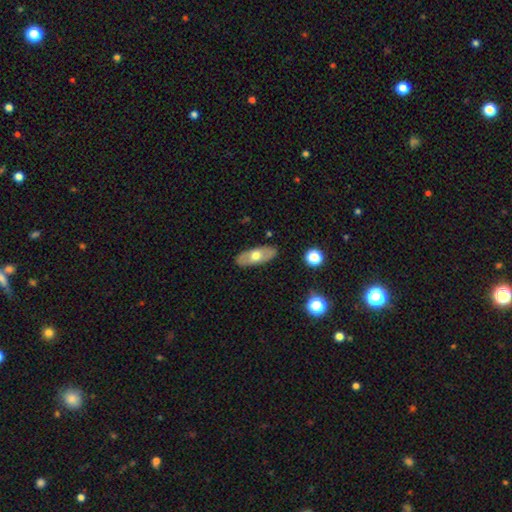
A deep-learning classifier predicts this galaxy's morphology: smooth 52%, featured or disk 42%, star or artifact 6%. Down the decision tree: how rounded — in between (83%); merging — none (86%).